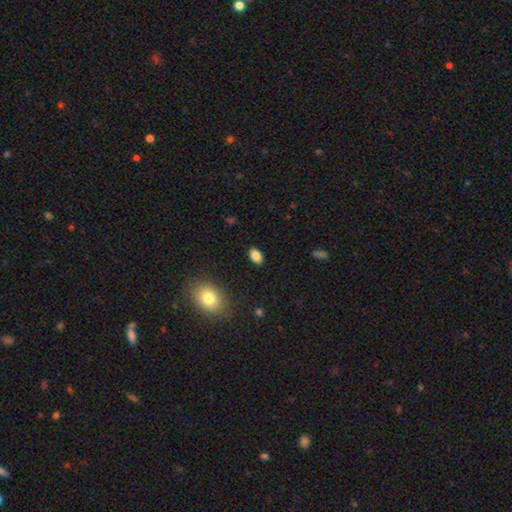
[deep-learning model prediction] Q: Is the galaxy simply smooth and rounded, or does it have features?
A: smooth — 85%.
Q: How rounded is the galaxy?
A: in between — 88%.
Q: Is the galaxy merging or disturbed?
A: none — 88%.